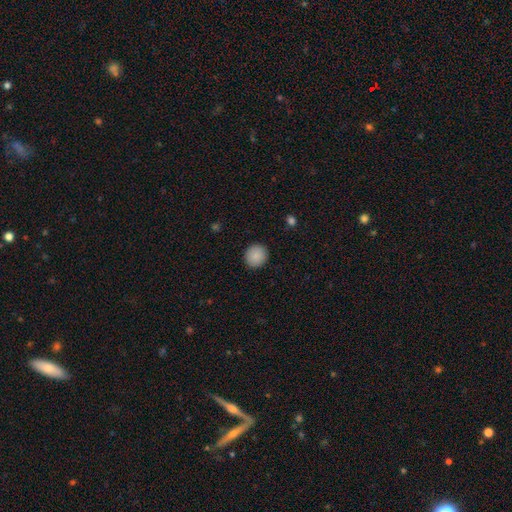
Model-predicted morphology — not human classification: smooth-or-featured: smooth: 89% | star or artifact: 8% | featured or disk: 3%
  how-rounded: round: 90% | in between: 9% | cigar-shaped: 1%
  merging: none: 92% | minor disturbance: 5% | major disturbance: 2% | merger: 1%